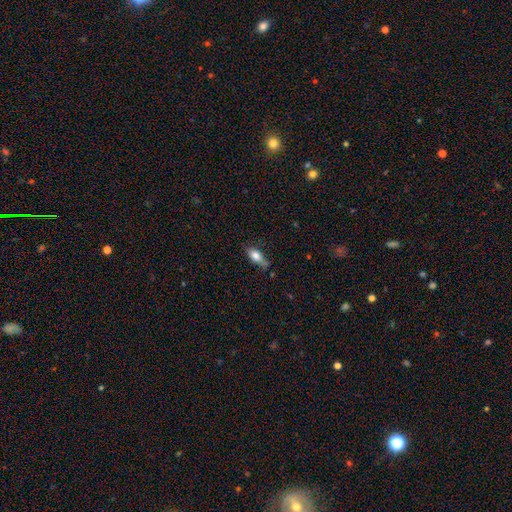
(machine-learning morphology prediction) Smooth or featured?
  - smooth: 76% *
  - featured or disk: 16%
  - star or artifact: 8%
How rounded?
  - in between: 80% *
  - cigar-shaped: 15%
  - round: 4%
Merging?
  - none: 58% *
  - minor disturbance: 30%
  - major disturbance: 7%
  - merger: 5%